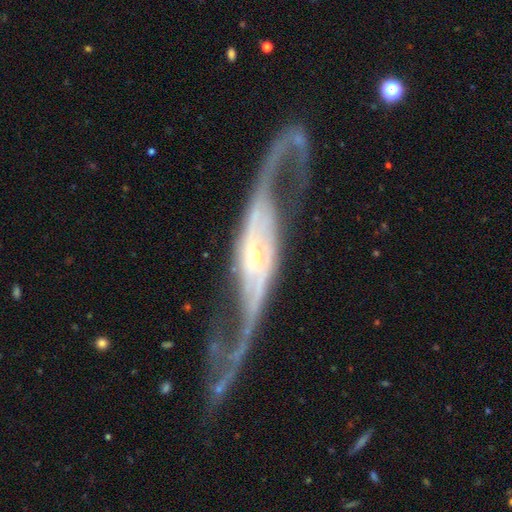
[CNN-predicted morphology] Overall: featured or disk (91%). Edge-on disk: no (84%). Bar: no (45%; strong 28%). Spiral arms: yes (95%). Spiral arm count: 2 (92%). Spiral winding: loose (62%; medium 27%). Bulge size: small (71%). Merging: none (63%).